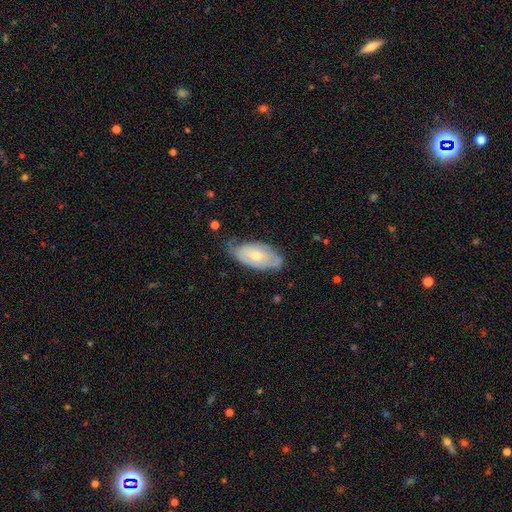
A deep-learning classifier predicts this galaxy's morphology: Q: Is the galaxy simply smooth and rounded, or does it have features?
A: smooth — 47%, tied with featured or disk.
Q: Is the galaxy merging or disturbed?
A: none — 54%.